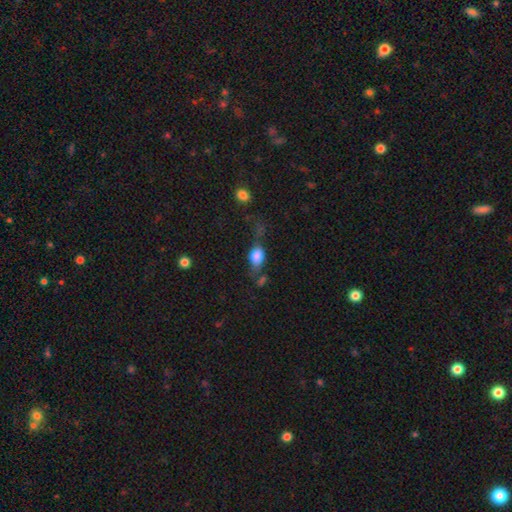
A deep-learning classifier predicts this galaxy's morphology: smooth 72%, featured or disk 19%, star or artifact 9%. Down the decision tree: how rounded — in between (77%); merging — none (46%).